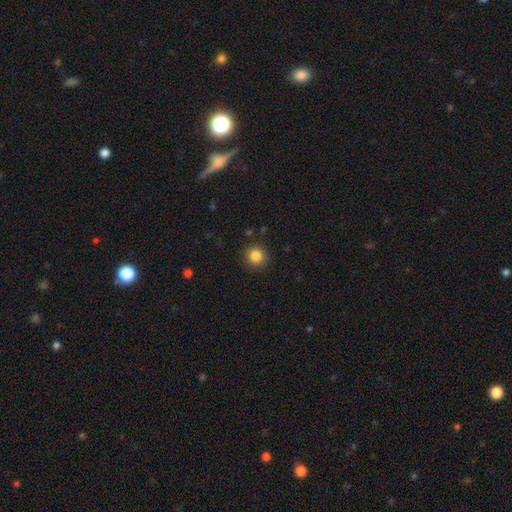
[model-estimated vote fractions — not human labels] Q: Smooth or featured?
A: smooth (85%); runner-up: star or artifact (10%)
Q: How rounded?
A: round (92%); runner-up: in between (7%)
Q: Merging?
A: none (89%); runner-up: minor disturbance (7%)